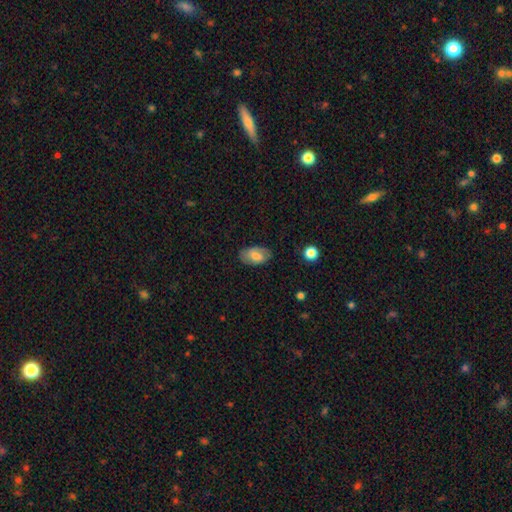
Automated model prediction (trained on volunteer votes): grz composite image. It shows a smooth galaxy with no disk features (66%) that is in between round and cigar-shaped (92%). Merging: none (74%).